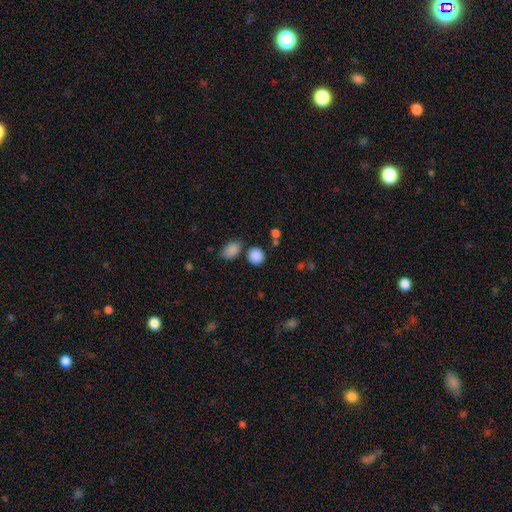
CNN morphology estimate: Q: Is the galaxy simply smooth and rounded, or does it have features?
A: smooth — 87%.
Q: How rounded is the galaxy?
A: round — 79%.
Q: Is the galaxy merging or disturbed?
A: none — 73%.